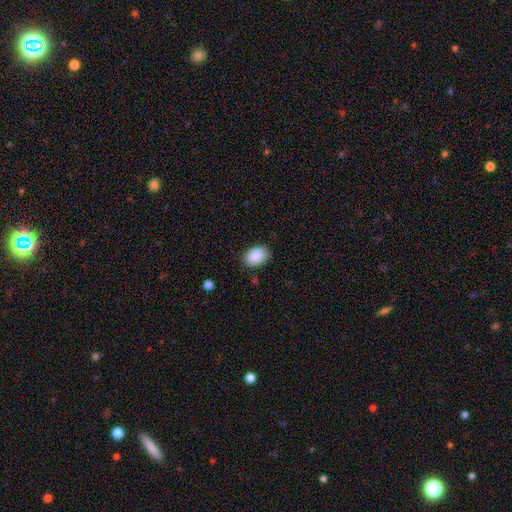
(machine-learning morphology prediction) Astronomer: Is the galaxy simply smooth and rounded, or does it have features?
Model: smooth — 90%.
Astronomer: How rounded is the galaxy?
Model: in between — 82%.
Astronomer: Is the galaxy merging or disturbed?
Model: none — 83%.